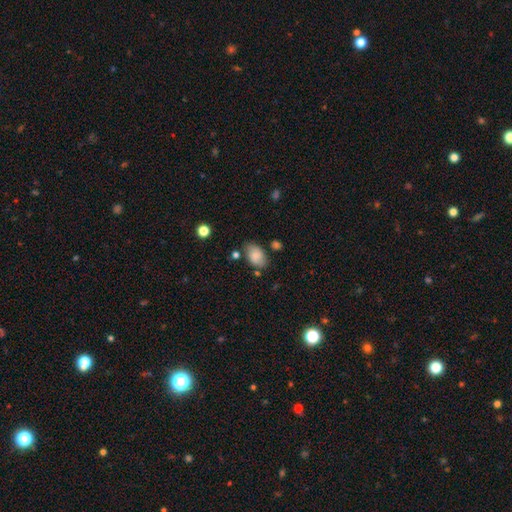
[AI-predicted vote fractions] A smooth galaxy with no disk features (80%) that is in between round and cigar-shaped (89%). Merging: none (71%).